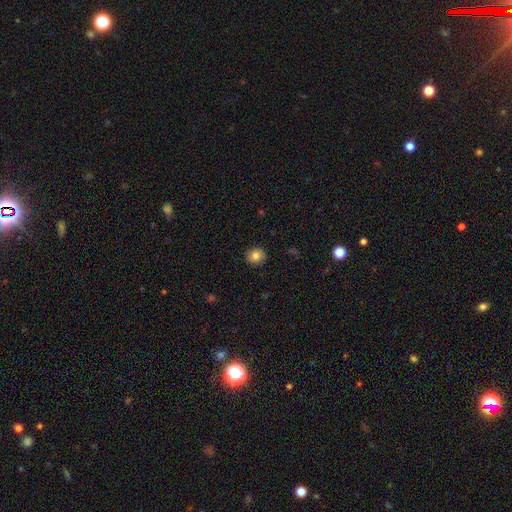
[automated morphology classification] Overall: smooth (80%). How rounded: round (85%). Merging: none (88%).